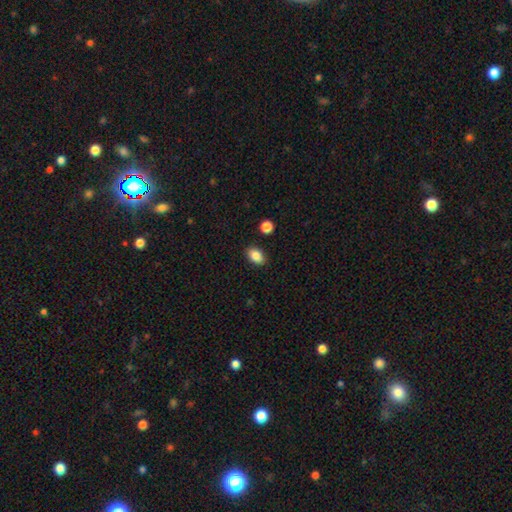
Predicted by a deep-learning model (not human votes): The model was most divided on "how rounded": in between: 85%, round: 13%, cigar-shaped: 2%. More confident: merging — none (86%); smooth or featured — smooth (86%).